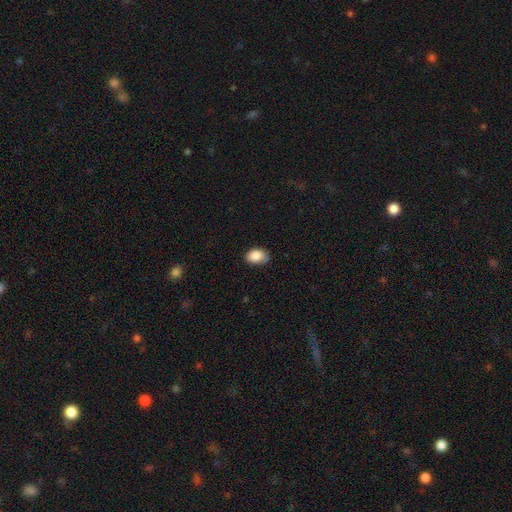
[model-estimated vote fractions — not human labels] This appears to be a smooth galaxy with no disk features (88%) that is in between round and cigar-shaped (84%). Merging: none (68%).